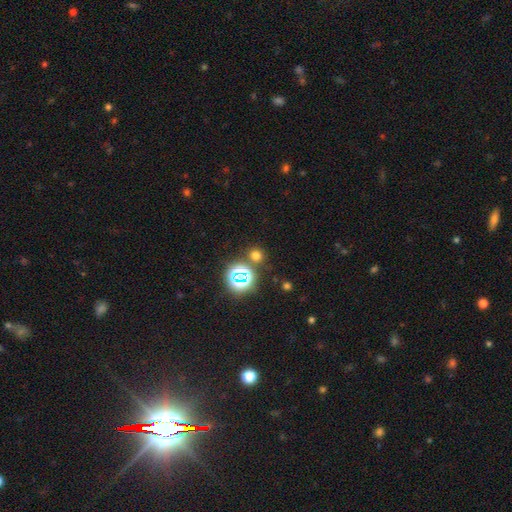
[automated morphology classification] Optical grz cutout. It shows a smooth galaxy with no disk features (62%) that is round (86%). Merging: none (80%).